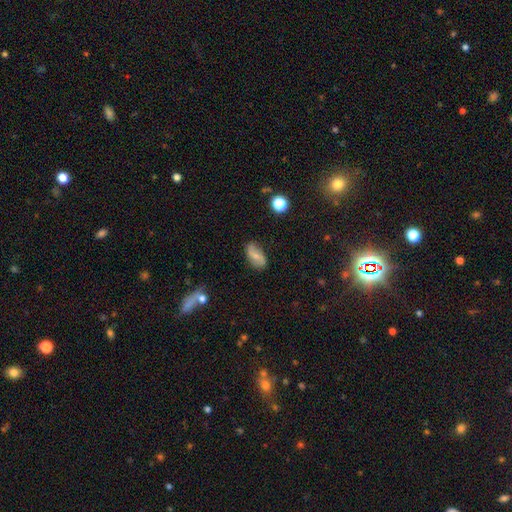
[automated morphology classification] Smooth or featured? smooth (51%)
How rounded? in between (90%)
Merging? none (81%)